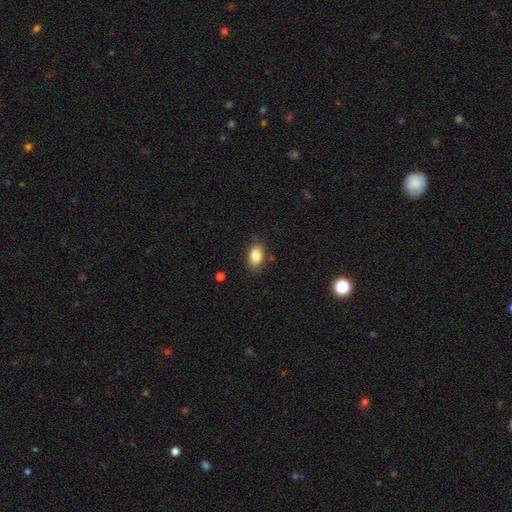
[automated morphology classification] Q: Smooth or featured?
A: smooth (85%); runner-up: star or artifact (8%)
Q: How rounded?
A: in between (84%); runner-up: round (14%)
Q: Merging?
A: none (82%); runner-up: minor disturbance (13%)